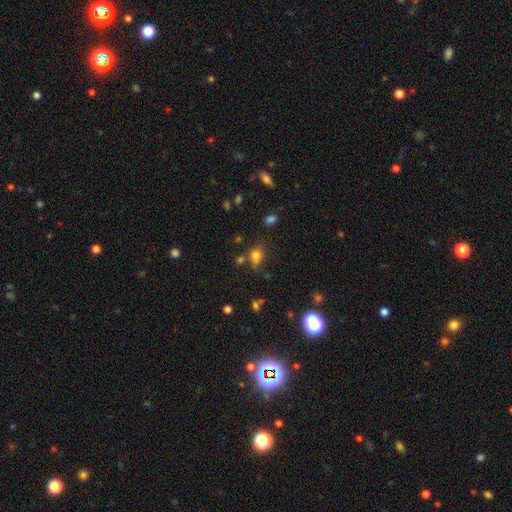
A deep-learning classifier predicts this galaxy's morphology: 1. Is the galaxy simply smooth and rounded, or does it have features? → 72% smooth, 18% star or artifact, 10% featured or disk.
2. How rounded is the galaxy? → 53% round, 45% in between, 3% cigar-shaped.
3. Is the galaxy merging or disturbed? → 54% none, 22% minor disturbance, 15% merger, 10% major disturbance.